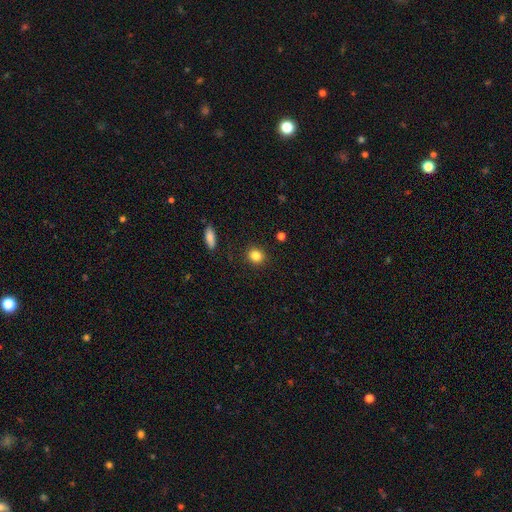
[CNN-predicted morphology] Smooth or featured: smooth — 84% (star or artifact — 10%)
How rounded: round — 83% (in between — 16%)
Merging: none — 90% (minor disturbance — 6%)